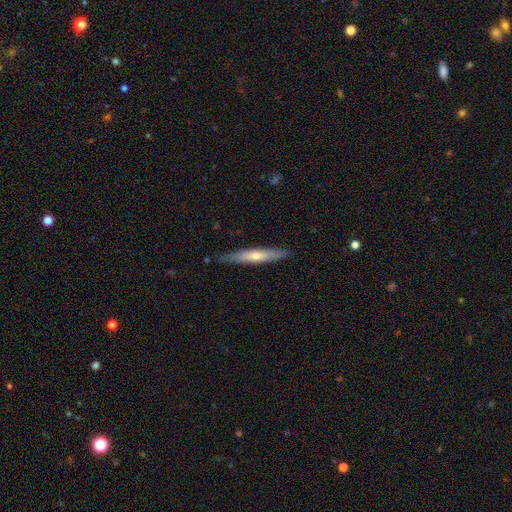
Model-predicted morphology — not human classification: This appears to be a smooth galaxy with no disk features (49%). Merging: none (85%).